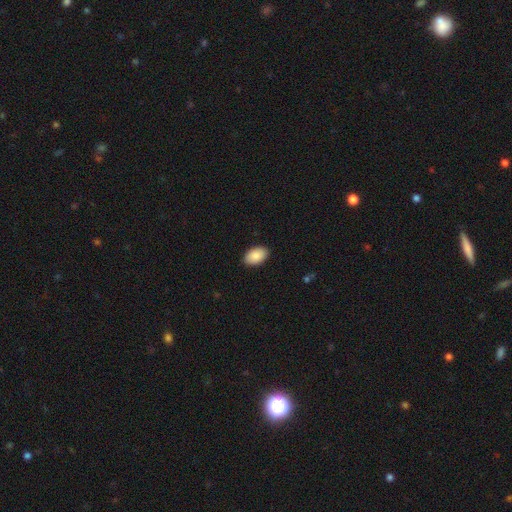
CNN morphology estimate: Q: Smooth or featured?
A: smooth (89%); runner-up: star or artifact (6%)
Q: How rounded?
A: in between (93%); runner-up: round (5%)
Q: Merging?
A: none (90%); runner-up: minor disturbance (7%)